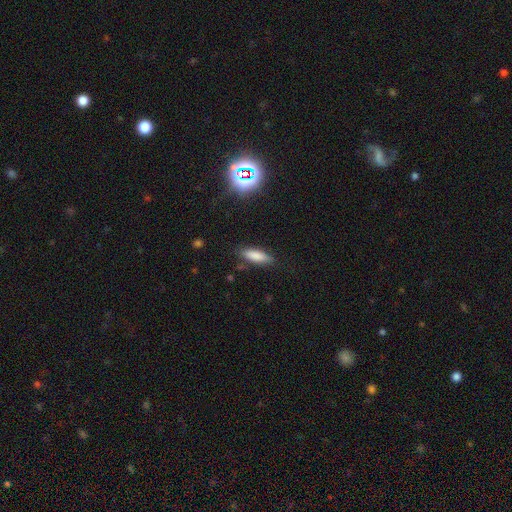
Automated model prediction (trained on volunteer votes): Q: Smooth or featured?
A: smooth (80%); runner-up: featured or disk (11%)
Q: How rounded?
A: in between (50%); runner-up: cigar-shaped (48%)
Q: Merging?
A: none (82%); runner-up: minor disturbance (13%)